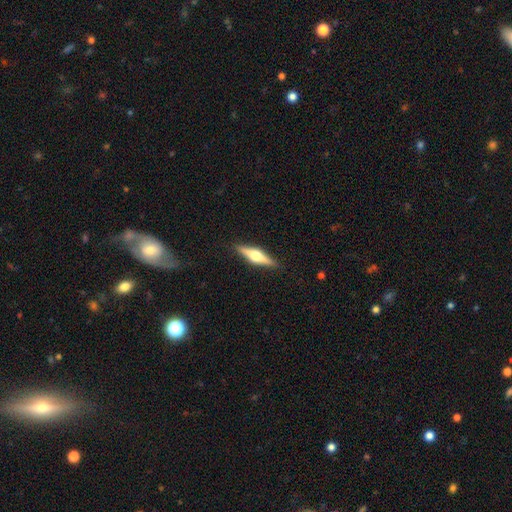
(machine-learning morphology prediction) The model was most divided on "smooth or featured": featured or disk: 67%, smooth: 27%, star or artifact: 6%. More confident: edge-on disk — yes (97%); edge-on bulge — rounded (94%); merging — none (90%).